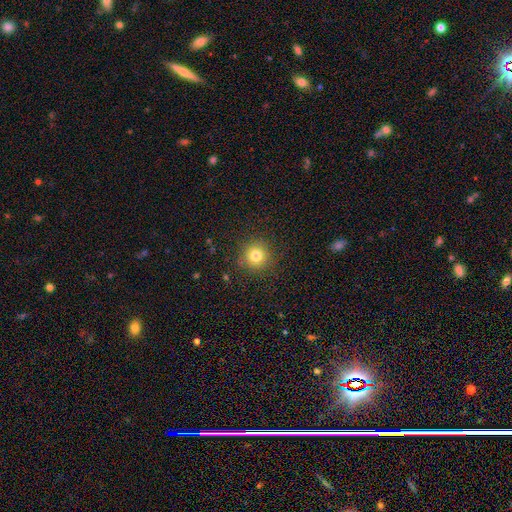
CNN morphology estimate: smooth 79%, star or artifact 14%, featured or disk 7%. Down the decision tree: how rounded — round (94%); merging — none (89%).